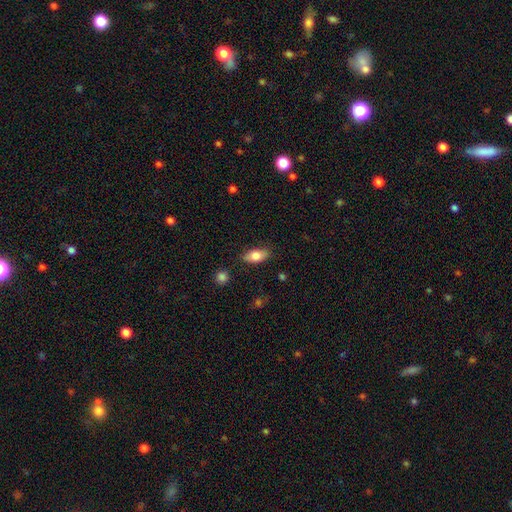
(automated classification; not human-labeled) smooth 79%, featured or disk 14%, star or artifact 7%. Down the decision tree: how rounded — in between (89%); merging — none (81%).